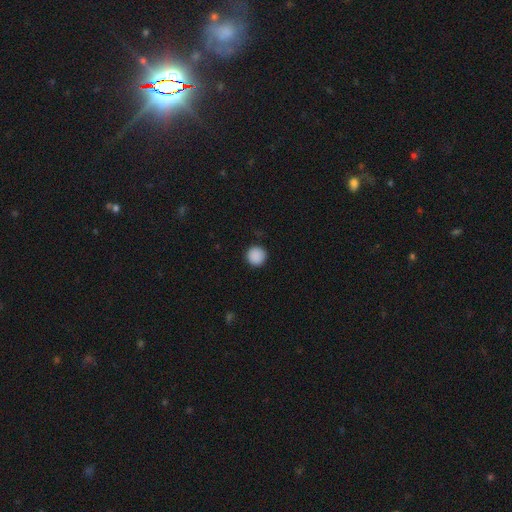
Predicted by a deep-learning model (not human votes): Morphology: type=smooth (89%); roundness=round (96%); merging=none (91%).